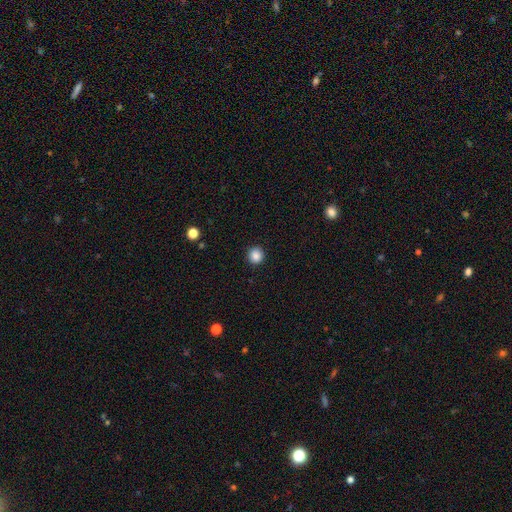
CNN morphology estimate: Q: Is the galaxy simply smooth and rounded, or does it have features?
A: smooth — 87%.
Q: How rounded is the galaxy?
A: round — 93%.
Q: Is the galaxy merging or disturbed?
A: none — 92%.